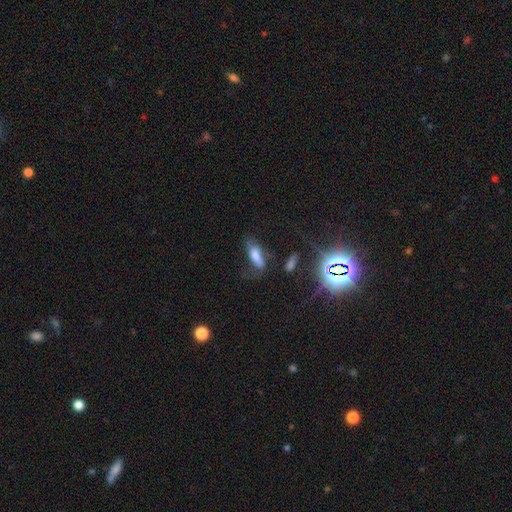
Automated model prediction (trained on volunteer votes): The model was most divided on "merging": none: 44%, minor disturbance: 28%, major disturbance: 22%, merger: 6%. More confident: smooth or featured — smooth (65%); how rounded — in between (65%).